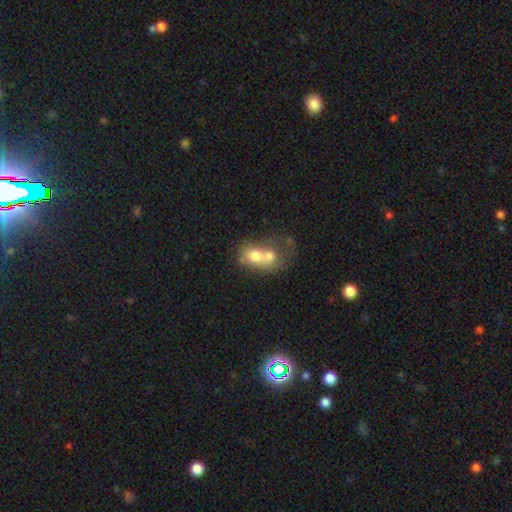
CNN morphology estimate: This is likely a smooth galaxy (63%). How rounded: possibly in between (51%). Merging: likely merger (73%).